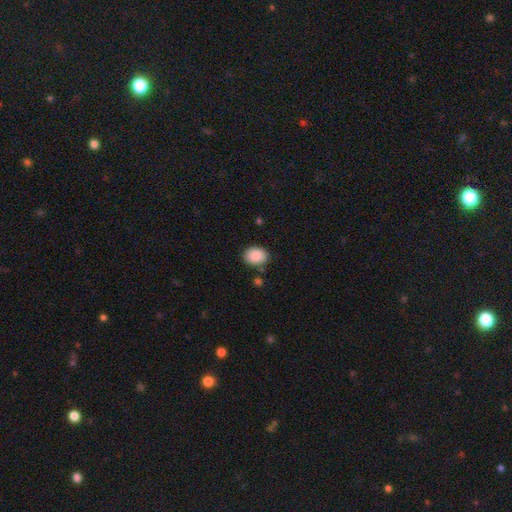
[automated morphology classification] Q: Smooth or featured?
A: smooth (88%); runner-up: star or artifact (7%)
Q: How rounded?
A: in between (65%); runner-up: round (34%)
Q: Merging?
A: none (79%); runner-up: minor disturbance (13%)